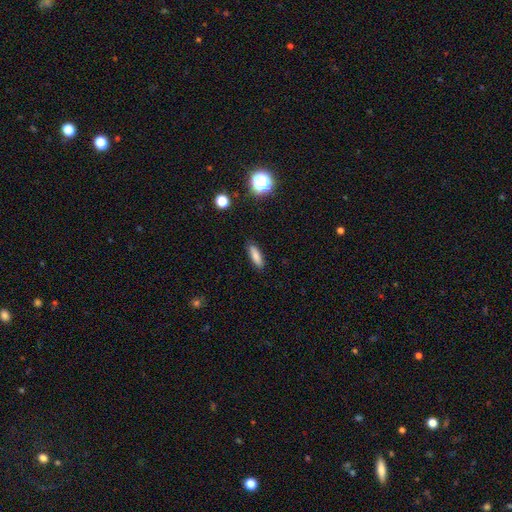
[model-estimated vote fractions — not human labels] smooth-or-featured: smooth: 82% | star or artifact: 9% | featured or disk: 9%
  how-rounded: cigar-shaped: 56% | in between: 42% | round: 3%
  merging: none: 86% | minor disturbance: 10% | major disturbance: 2% | merger: 1%